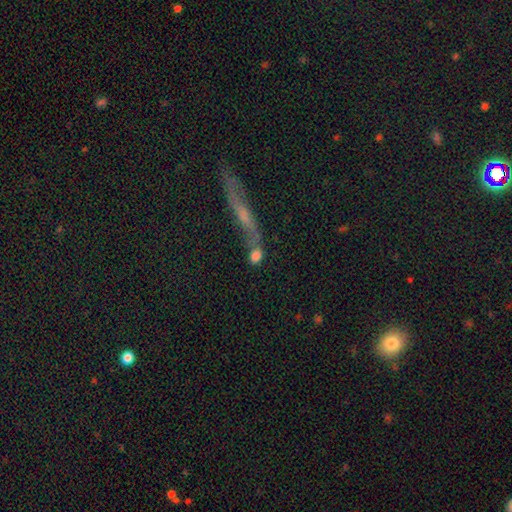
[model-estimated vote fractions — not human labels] A smooth galaxy with no disk features (77%) that is round (45%).

Vote fractions:
- Smooth or featured? smooth: 77% / featured or disk: 12% / star or artifact: 11%
- How rounded? round: 45% / in between: 44% / cigar-shaped: 11%
- Merging? none: 47% / merger: 27% / minor disturbance: 15% / major disturbance: 11%